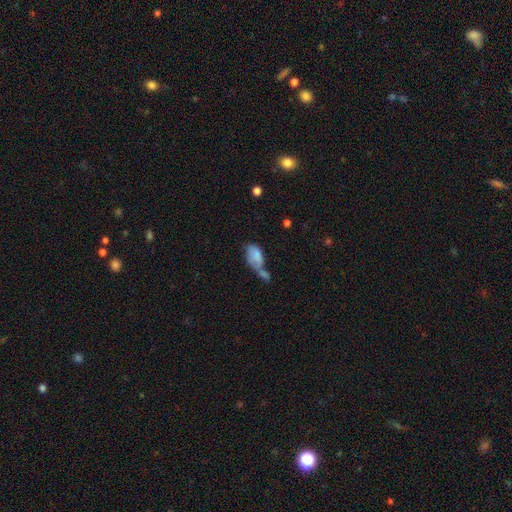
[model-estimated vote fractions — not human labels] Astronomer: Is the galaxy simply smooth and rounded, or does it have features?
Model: smooth — 74%.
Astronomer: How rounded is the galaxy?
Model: in between — 92%.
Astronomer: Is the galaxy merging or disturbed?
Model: merger — 56%.